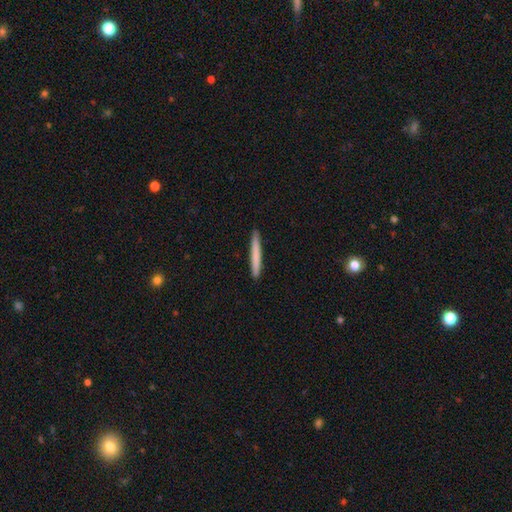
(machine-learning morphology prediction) Smooth or featured? Predicted: smooth (p=0.74). How rounded? Predicted: cigar-shaped (p=0.97). Merging? Predicted: none (p=0.92).